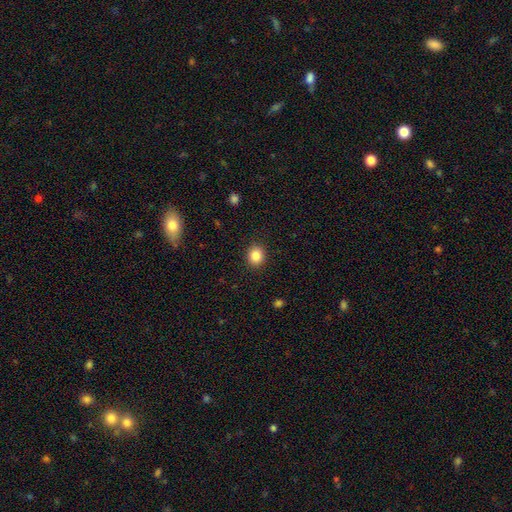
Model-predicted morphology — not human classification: Smooth or featured?
  - smooth: 86% *
  - star or artifact: 10%
  - featured or disk: 4%
How rounded?
  - round: 71% *
  - in between: 29%
  - cigar-shaped: 1%
Merging?
  - none: 89% *
  - minor disturbance: 7%
  - major disturbance: 2%
  - merger: 1%